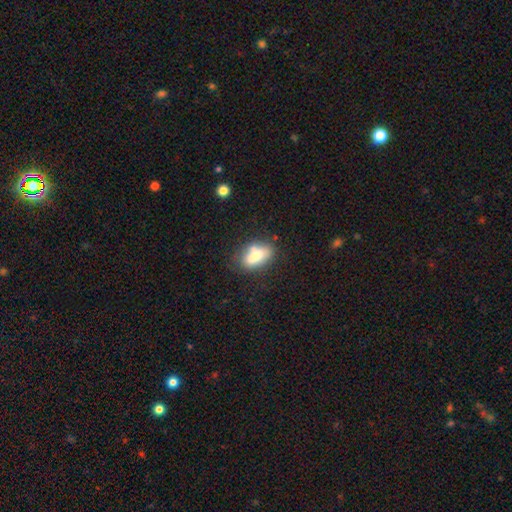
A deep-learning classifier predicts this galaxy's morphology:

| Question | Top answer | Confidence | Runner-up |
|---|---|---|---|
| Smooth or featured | smooth | 71% | featured or disk (20%) |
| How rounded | in between | 82% | cigar-shaped (11%) |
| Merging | none | 57% | minor disturbance (22%) |